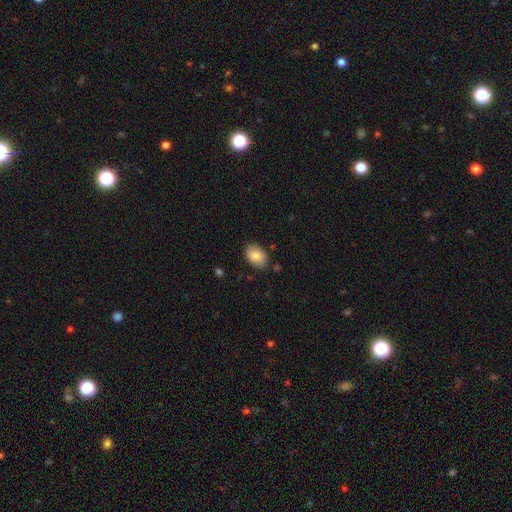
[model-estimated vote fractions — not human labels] Overall: smooth (86%). How rounded: in between (80%). Merging: none (82%).